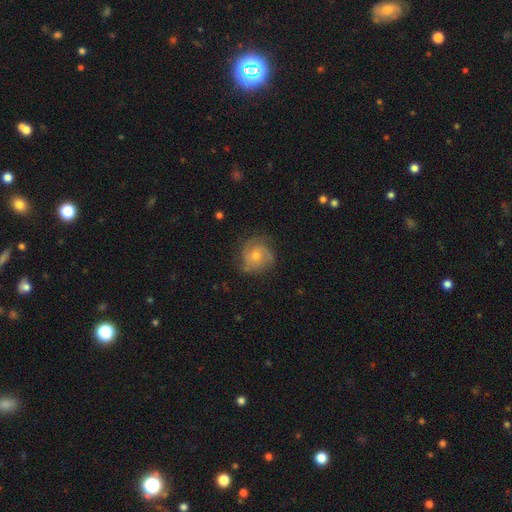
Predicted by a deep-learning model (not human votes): This appears to be a featured or disk galaxy (70%) with no bar (79%), 3 (41%) tight (50%) spiral arms (92%) and a moderate central bulge (52%). Merging: none (76%).